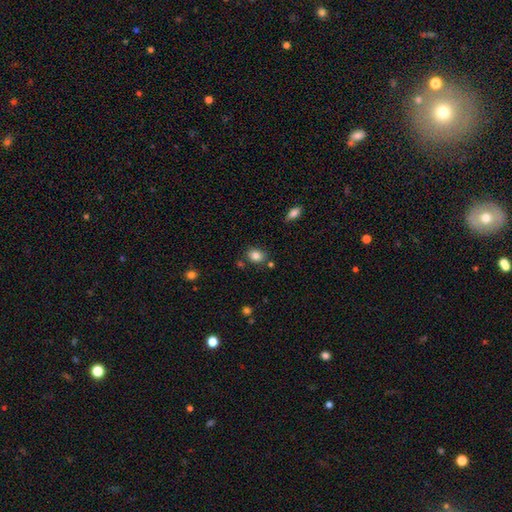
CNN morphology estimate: smooth-or-featured: smooth: 84% | star or artifact: 10% | featured or disk: 6%
  how-rounded: in between: 56% | round: 43% | cigar-shaped: 1%
  merging: none: 78% | minor disturbance: 12% | merger: 7% | major disturbance: 3%